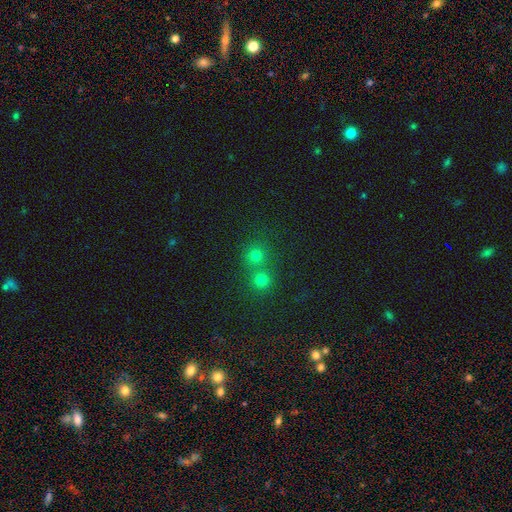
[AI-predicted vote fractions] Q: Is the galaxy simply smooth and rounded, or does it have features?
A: smooth — 71%.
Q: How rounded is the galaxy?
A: round — 89%.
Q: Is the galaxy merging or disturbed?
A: none — 53%.